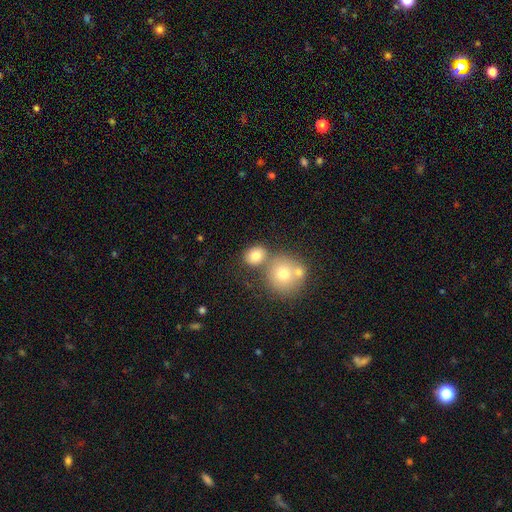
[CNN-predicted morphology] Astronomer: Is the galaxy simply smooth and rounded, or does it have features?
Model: smooth — 78%.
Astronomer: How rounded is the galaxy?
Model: round — 67%.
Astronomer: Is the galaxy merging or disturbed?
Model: none — 56%.